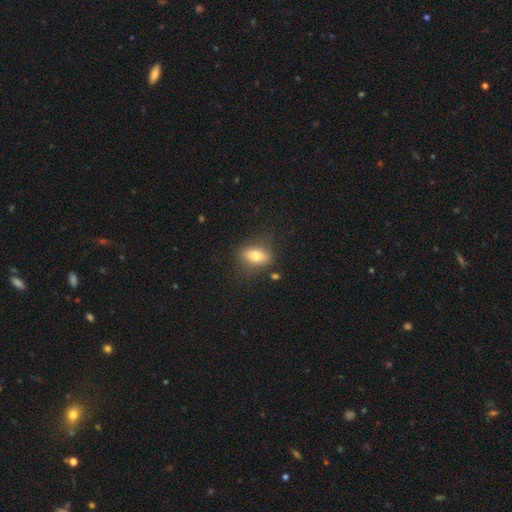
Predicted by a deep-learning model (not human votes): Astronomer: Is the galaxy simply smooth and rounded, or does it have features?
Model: smooth — 75%.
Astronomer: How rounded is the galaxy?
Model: in between — 81%.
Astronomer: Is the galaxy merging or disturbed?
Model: none — 75%.